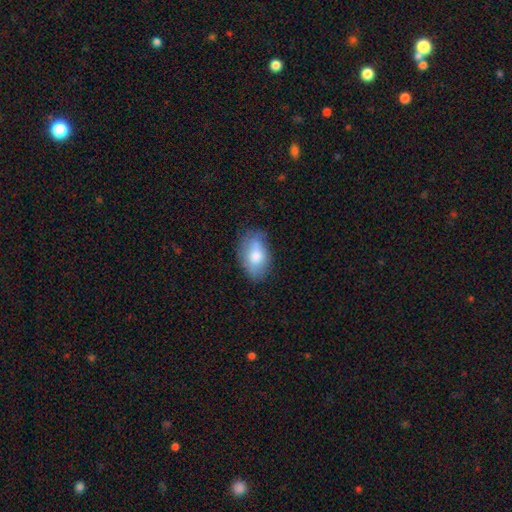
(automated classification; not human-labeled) The model was most divided on "merging": none: 63%, minor disturbance: 27%, major disturbance: 7%, merger: 3%. More confident: how rounded — in between (90%); smooth or featured — smooth (74%).